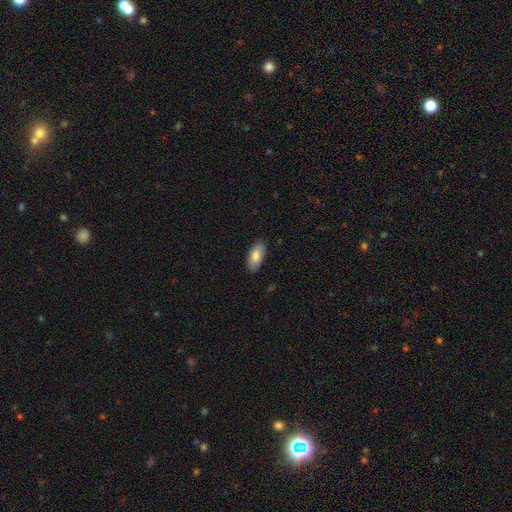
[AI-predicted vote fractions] smooth_or_featured: smooth (p=0.82) [alt: featured or disk p=0.12]
how_rounded: in between (p=0.92) [alt: cigar-shaped p=0.06]
merging: none (p=0.86) [alt: minor disturbance p=0.11]